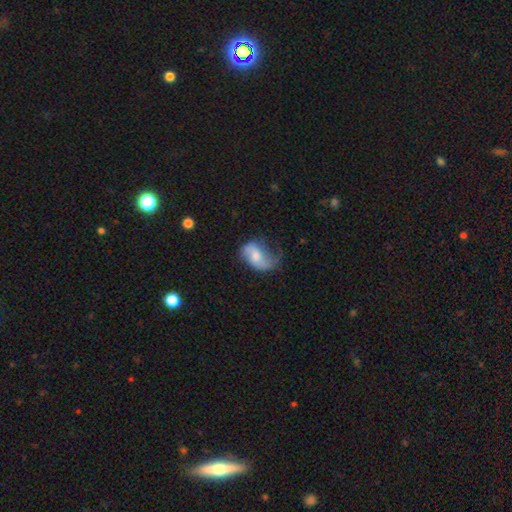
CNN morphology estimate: Smooth or featured? Predicted: featured or disk (p=0.54). Edge-on disk? Predicted: no (p=0.96). Bar? Predicted: no (p=0.53). Spiral arms? Predicted: yes (p=0.78). Bulge size? Predicted: moderate (p=0.46). Merging? Predicted: none (p=0.36).